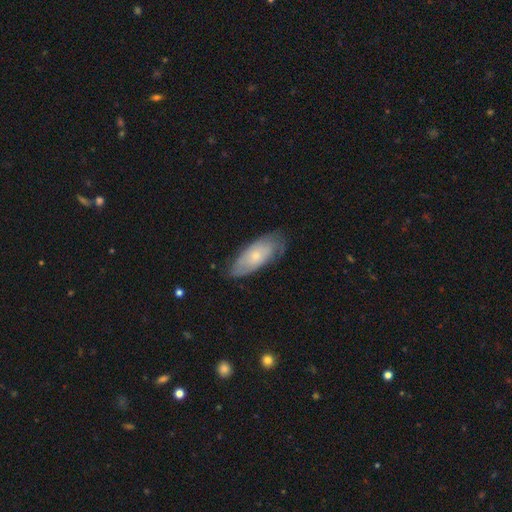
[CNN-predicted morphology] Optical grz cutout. It shows a featured or disk galaxy (50%). Merging: none (68%).